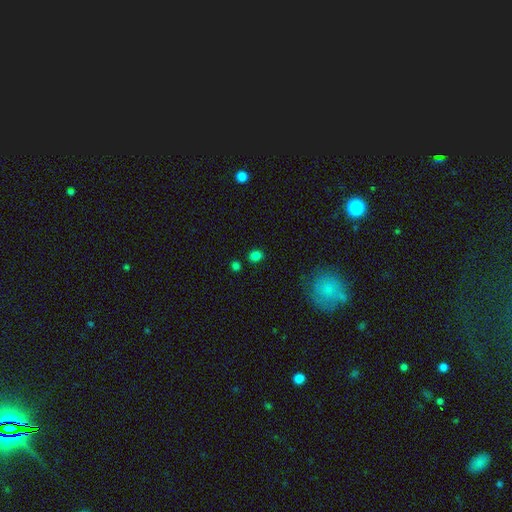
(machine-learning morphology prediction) Smooth or featured? smooth (80%)
How rounded? round (59%)
Merging? none (83%)